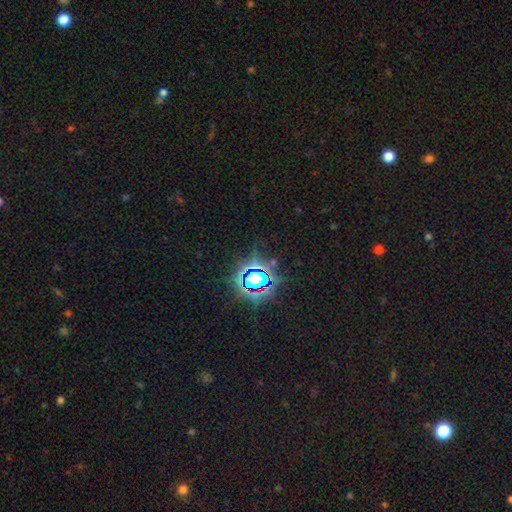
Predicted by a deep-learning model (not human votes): smooth-or-featured: star or artifact: 76% | smooth: 16% | featured or disk: 8%